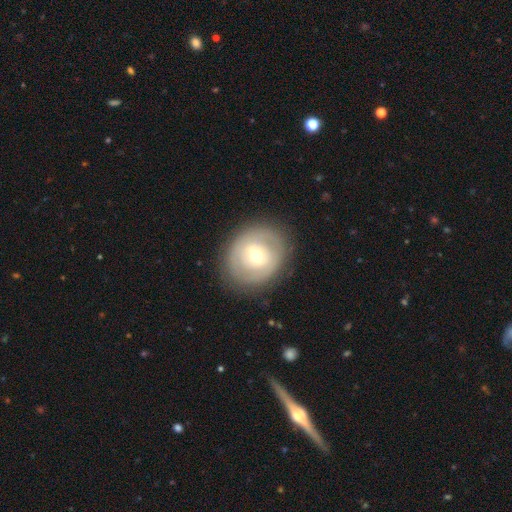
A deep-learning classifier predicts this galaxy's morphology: smooth_or_featured: featured or disk (p=0.54) [alt: smooth p=0.40]
disk_edge_on: no (p=0.95) [alt: yes p=0.05]
bar: no (p=0.57) [alt: weak p=0.31]
has_spiral_arms: no (p=0.60) [alt: yes p=0.40]
bulge_size: moderate (p=0.56) [alt: small p=0.36]
merging: none (p=0.83) [alt: minor disturbance p=0.11]